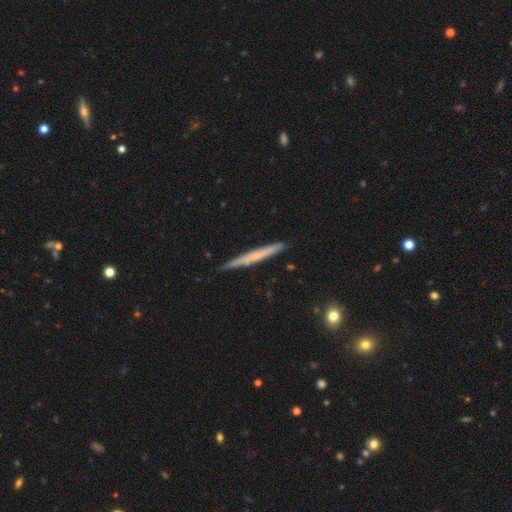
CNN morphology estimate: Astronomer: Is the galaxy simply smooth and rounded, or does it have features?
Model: smooth — 49% (runner-up: featured or disk, 45%).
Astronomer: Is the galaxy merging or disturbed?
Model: none — 86%.